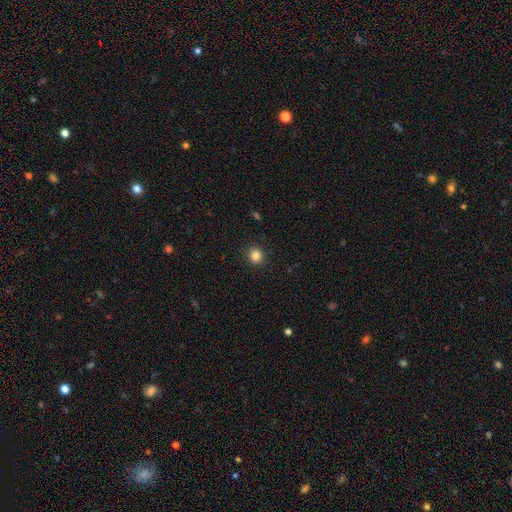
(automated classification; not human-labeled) Smooth or featured? Predicted: smooth (p=0.85). How rounded? Predicted: round (p=0.87). Merging? Predicted: none (p=0.91).